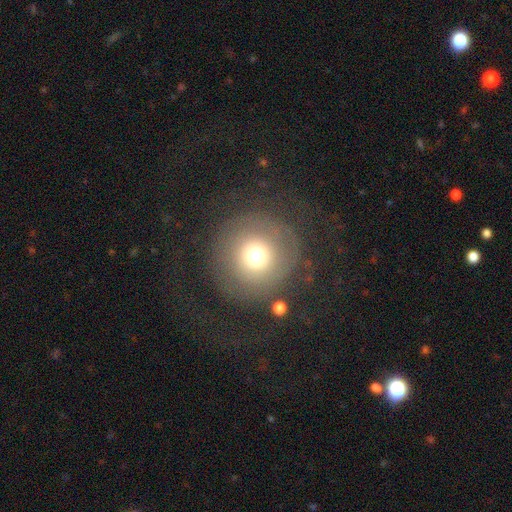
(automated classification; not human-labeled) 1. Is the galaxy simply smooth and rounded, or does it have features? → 57% smooth, 29% featured or disk, 13% star or artifact.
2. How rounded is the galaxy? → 95% round, 4% in between, 1% cigar-shaped.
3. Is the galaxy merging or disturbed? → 70% none, 13% minor disturbance, 13% major disturbance, 3% merger.